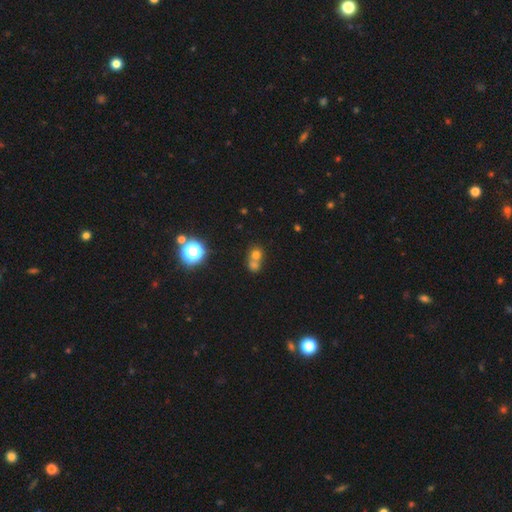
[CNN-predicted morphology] type=smooth (64%); roundness=round (78%); merging=merger (58%).